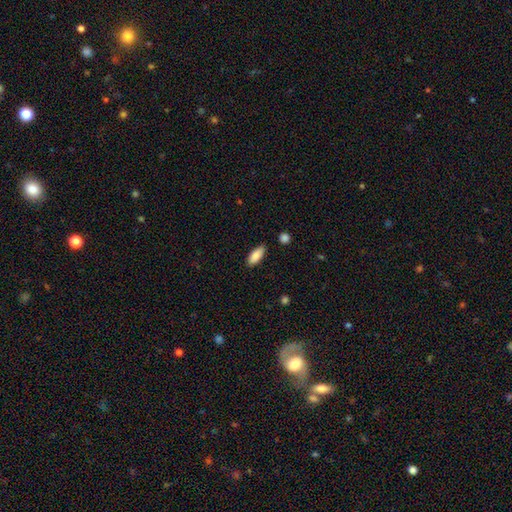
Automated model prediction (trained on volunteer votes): Smooth or featured?
  - smooth: 87% *
  - star or artifact: 6%
  - featured or disk: 6%
How rounded?
  - in between: 80% *
  - cigar-shaped: 18%
  - round: 2%
Merging?
  - none: 84% *
  - minor disturbance: 12%
  - major disturbance: 2%
  - merger: 2%